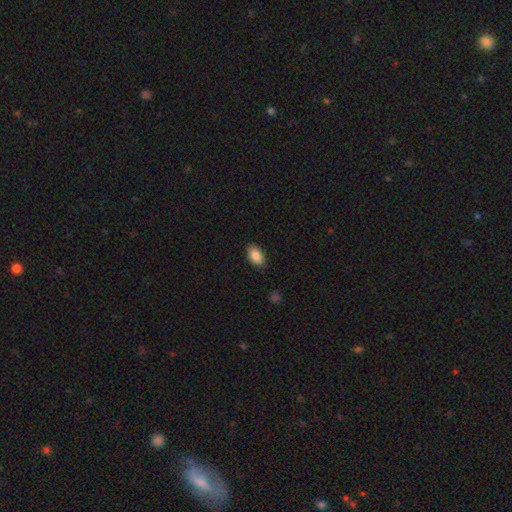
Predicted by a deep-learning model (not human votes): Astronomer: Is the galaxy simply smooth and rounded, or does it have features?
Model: smooth — 88%.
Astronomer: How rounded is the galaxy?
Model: in between — 91%.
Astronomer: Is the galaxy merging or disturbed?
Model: none — 87%.